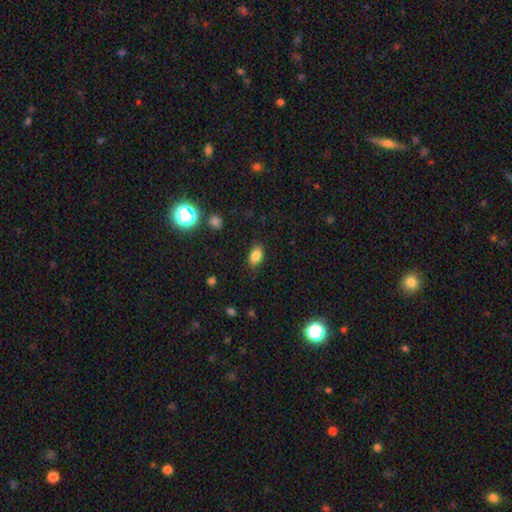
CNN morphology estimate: Overall: smooth (83%). How rounded: in between (88%). Merging: none (85%).